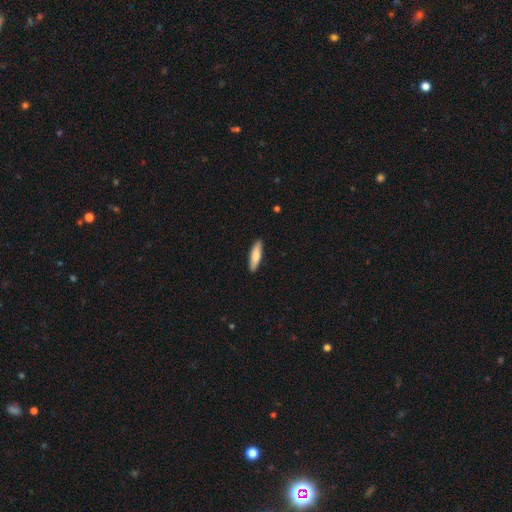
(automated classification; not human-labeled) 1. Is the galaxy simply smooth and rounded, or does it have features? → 78% smooth, 17% featured or disk, 5% star or artifact.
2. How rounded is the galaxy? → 69% cigar-shaped, 29% in between, 2% round.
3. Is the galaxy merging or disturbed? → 90% none, 8% minor disturbance, 1% major disturbance, 1% merger.